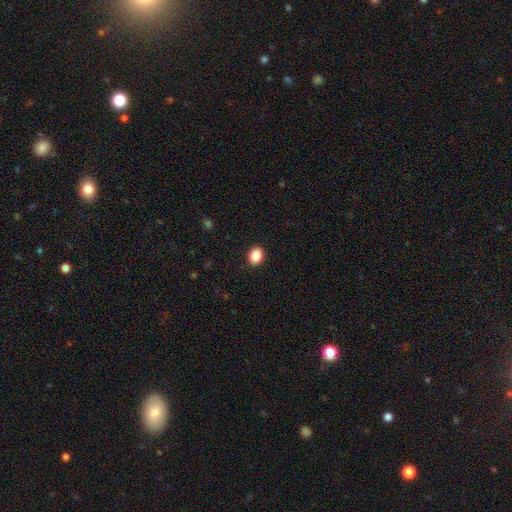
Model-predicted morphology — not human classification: type=smooth (88%); roundness=in between (64%); merging=none (91%).